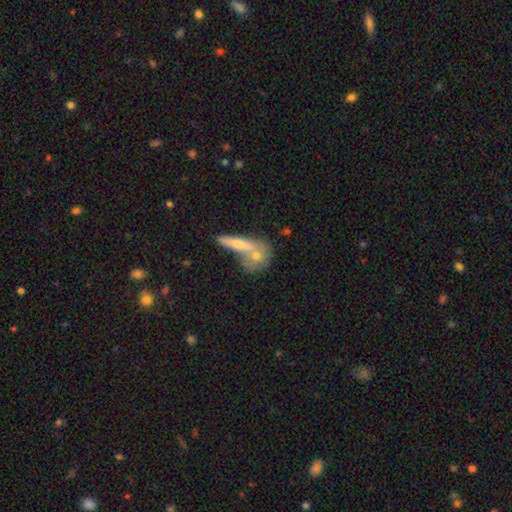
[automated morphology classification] This is likely a smooth galaxy (61%). How rounded: possibly round (48%). Merging: possibly merger (47%).